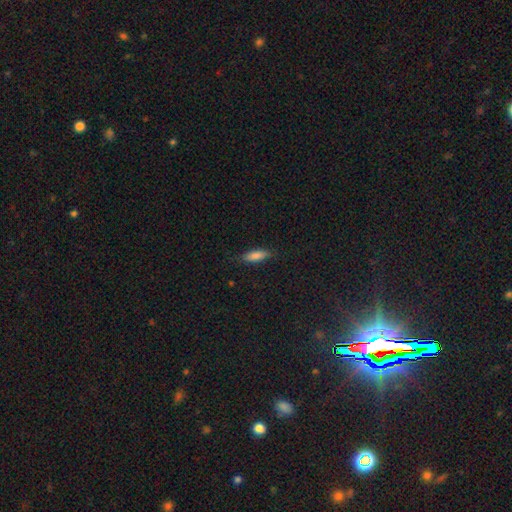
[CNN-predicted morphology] Smooth or featured? Predicted: smooth (p=0.81). How rounded? Predicted: in between (p=0.57). Merging? Predicted: none (p=0.81).